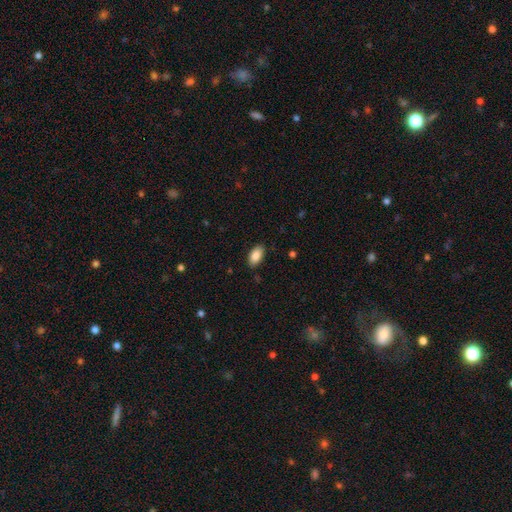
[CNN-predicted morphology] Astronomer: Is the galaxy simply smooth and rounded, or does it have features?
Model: smooth — 88%.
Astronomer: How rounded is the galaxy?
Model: in between — 94%.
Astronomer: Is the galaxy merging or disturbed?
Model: none — 86%.